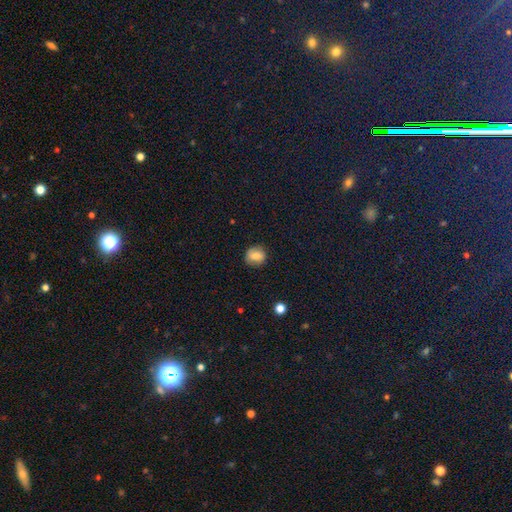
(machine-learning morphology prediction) A smooth galaxy with no disk features (79%) that is round (72%).

Vote fractions:
- Smooth or featured? smooth: 79% / featured or disk: 11% / star or artifact: 10%
- How rounded? round: 72% / in between: 27% / cigar-shaped: 1%
- Merging? none: 80% / minor disturbance: 15% / major disturbance: 4% / merger: 1%